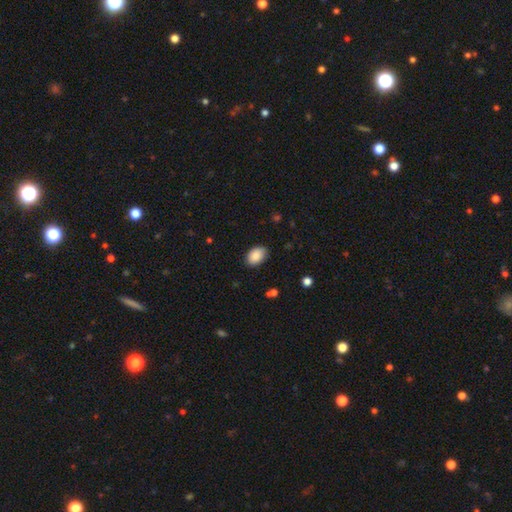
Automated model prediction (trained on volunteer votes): Morphology: type=smooth (89%); roundness=in between (86%); merging=none (84%).